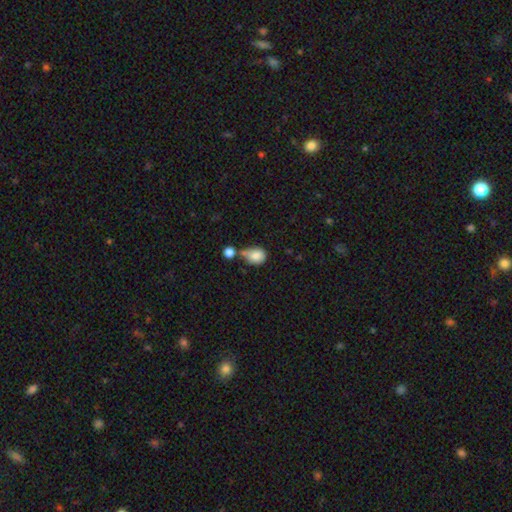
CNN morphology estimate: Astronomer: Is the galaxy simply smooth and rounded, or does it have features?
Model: smooth — 80%.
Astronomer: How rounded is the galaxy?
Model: round — 52% (runner-up: in between, 47%).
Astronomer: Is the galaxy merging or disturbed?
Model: none — 35% (runner-up: merger, 34%).